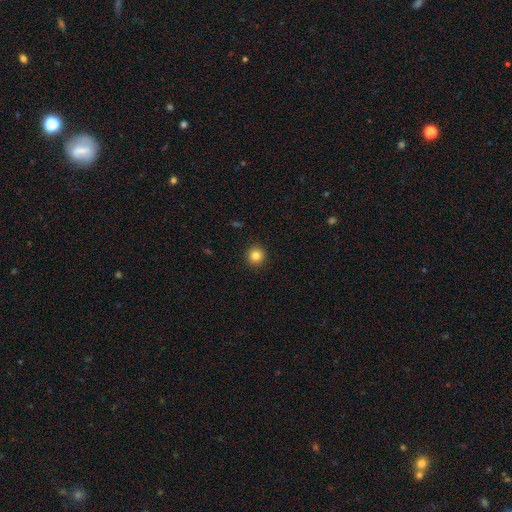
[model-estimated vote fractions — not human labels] smooth 84%, star or artifact 11%, featured or disk 5%. Down the decision tree: how rounded — round (95%); merging — none (93%).